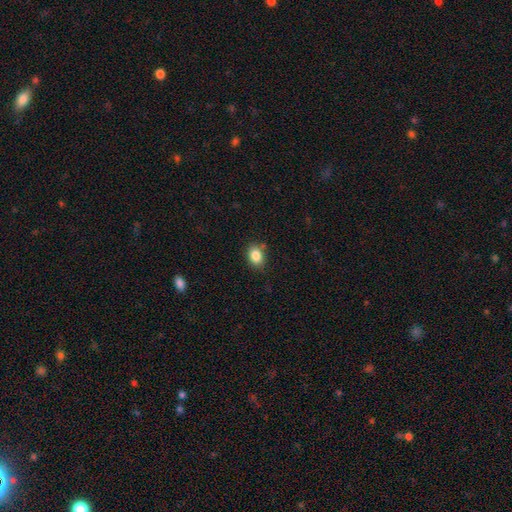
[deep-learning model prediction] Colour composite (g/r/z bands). It shows a smooth galaxy with no disk features (85%) that is in between round and cigar-shaped (56%). Merging: none (76%).